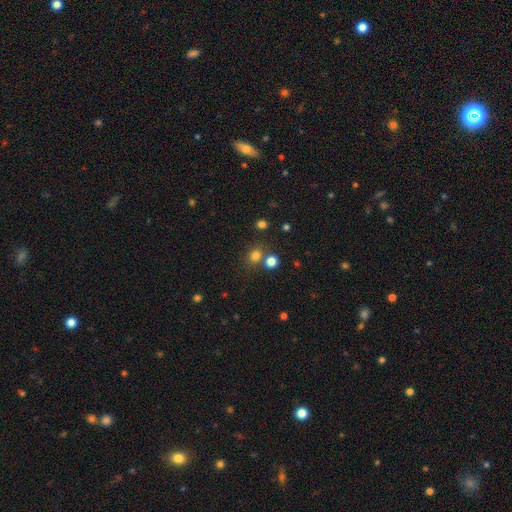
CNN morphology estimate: Smooth or featured? Predicted: smooth (p=0.76). How rounded? Predicted: round (p=0.75). Merging? Predicted: none (p=0.66).